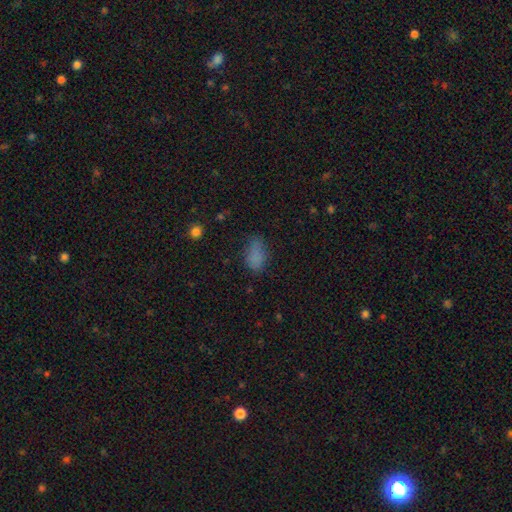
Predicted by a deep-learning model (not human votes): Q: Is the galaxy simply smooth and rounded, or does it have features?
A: smooth — 79%.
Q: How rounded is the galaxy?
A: in between — 90%.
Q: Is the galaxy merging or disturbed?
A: none — 61%.